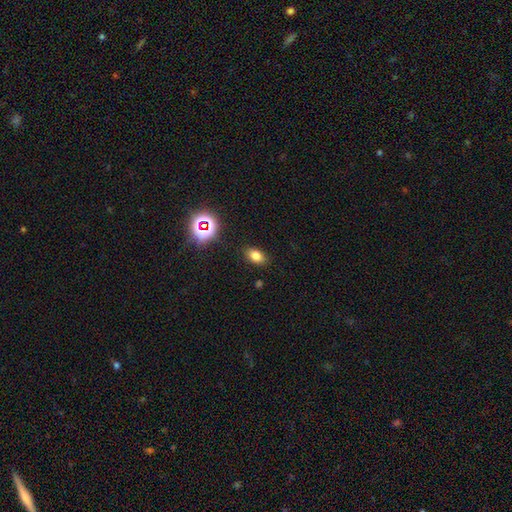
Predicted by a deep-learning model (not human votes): This appears to be a smooth galaxy with no disk features (76%) that is in between round and cigar-shaped (84%). Merging: none (86%).